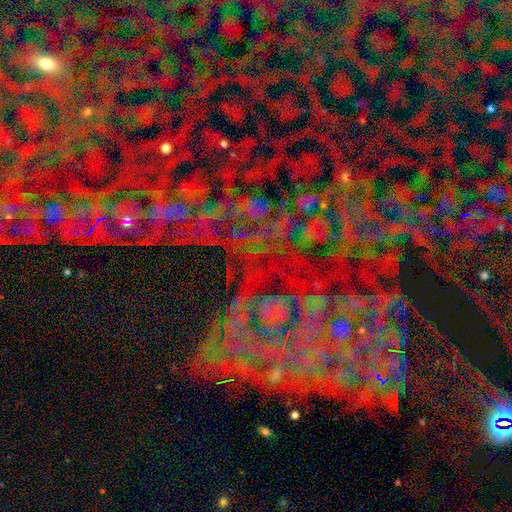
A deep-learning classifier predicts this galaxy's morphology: type=star or artifact (77%).